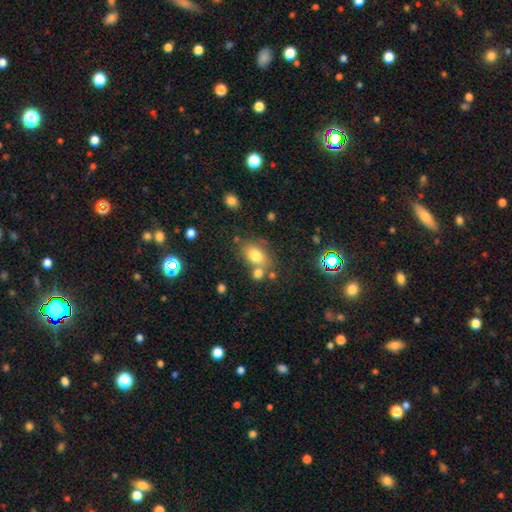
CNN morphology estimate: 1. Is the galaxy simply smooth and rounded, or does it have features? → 75% smooth, 13% featured or disk, 12% star or artifact.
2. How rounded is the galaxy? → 76% in between, 22% round, 2% cigar-shaped.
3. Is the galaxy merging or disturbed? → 59% none, 21% merger, 15% minor disturbance, 6% major disturbance.